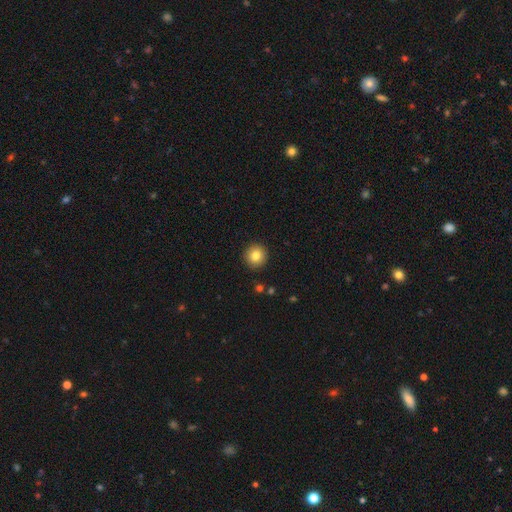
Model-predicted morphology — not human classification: smooth_or_featured: smooth (p=0.82) [alt: star or artifact p=0.10]
how_rounded: round (p=0.95) [alt: in between p=0.04]
merging: none (p=0.92) [alt: minor disturbance p=0.05]